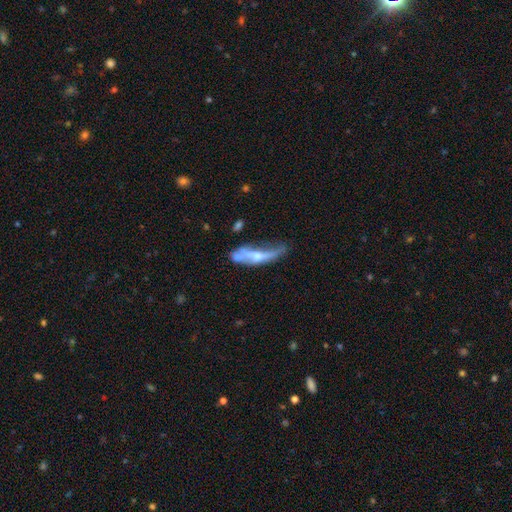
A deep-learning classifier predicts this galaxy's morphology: smooth_or_featured: featured or disk (p=0.57) [alt: smooth p=0.35]
disk_edge_on: no (p=0.59) [alt: yes p=0.41]
merging: major disturbance (p=0.33) [alt: none p=0.25]